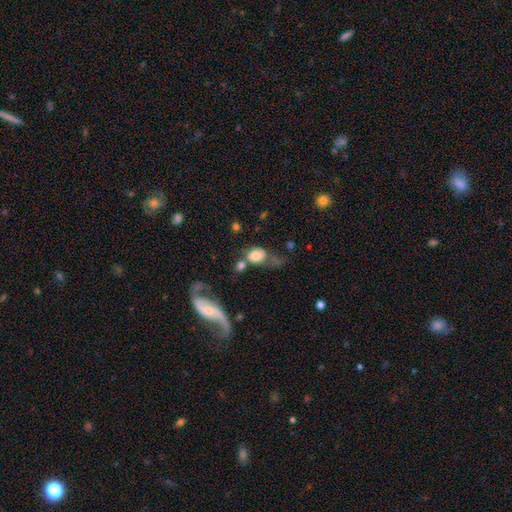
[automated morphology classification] Smooth or featured?
  - smooth: 70% *
  - featured or disk: 21%
  - star or artifact: 9%
How rounded?
  - in between: 59% *
  - round: 39%
  - cigar-shaped: 2%
Merging?
  - merger: 32% *
  - none: 31%
  - major disturbance: 19%
  - minor disturbance: 19%